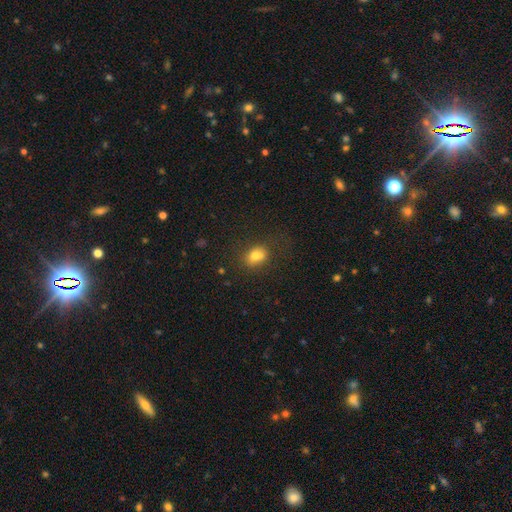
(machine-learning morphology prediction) A smooth galaxy with no disk features (73%) that is in between round and cigar-shaped (53%).

Vote fractions:
- Smooth or featured? smooth: 73% / featured or disk: 14% / star or artifact: 13%
- How rounded? in between: 53% / round: 45% / cigar-shaped: 1%
- Merging? none: 49% / merger: 27% / minor disturbance: 16% / major disturbance: 7%